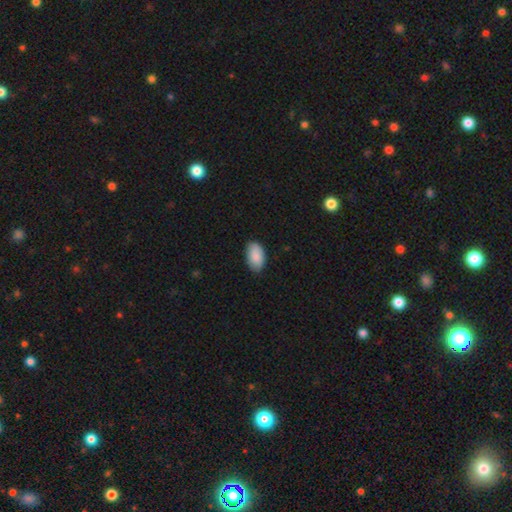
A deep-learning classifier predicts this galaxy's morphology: Q: Smooth or featured?
A: smooth (89%); runner-up: star or artifact (6%)
Q: How rounded?
A: in between (95%); runner-up: round (4%)
Q: Merging?
A: none (84%); runner-up: minor disturbance (13%)